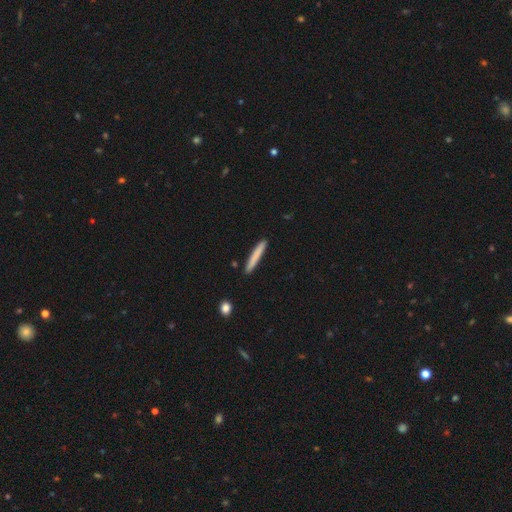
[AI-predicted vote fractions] Morphology: type=smooth (78%); roundness=cigar-shaped (96%); merging=none (90%).